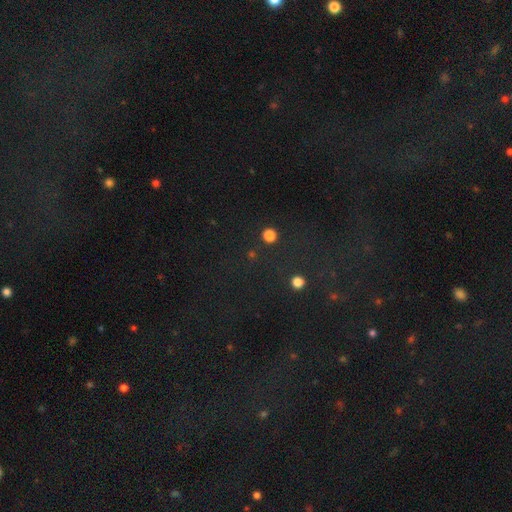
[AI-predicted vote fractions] This appears to be a star or artifact, not a galaxy (70%).